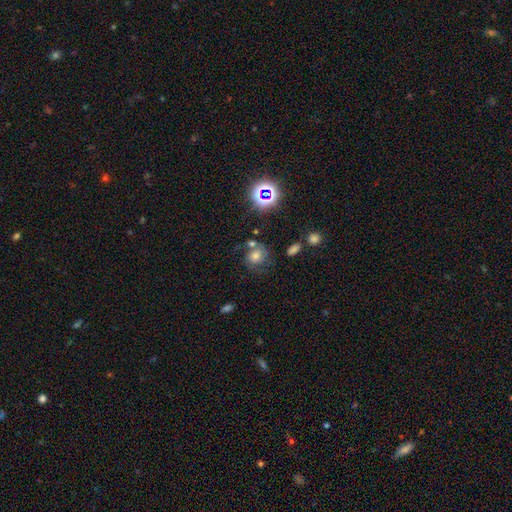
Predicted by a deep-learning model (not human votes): Morphology: type=smooth (48%); merging=none (55%).